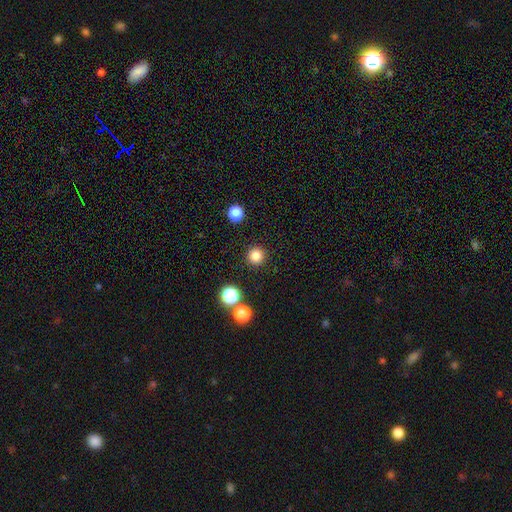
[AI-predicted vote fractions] Overall: smooth (82%). How rounded: round (96%). Merging: none (91%).